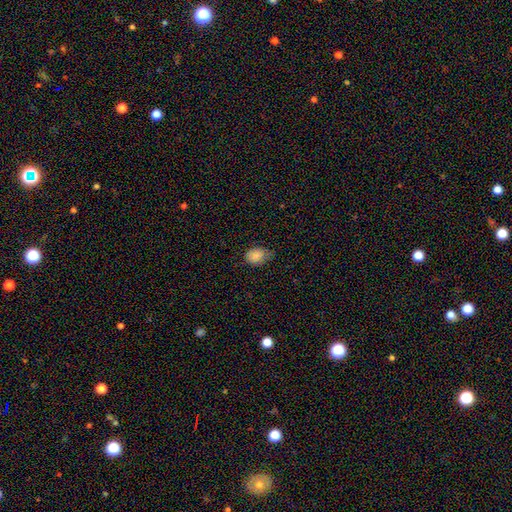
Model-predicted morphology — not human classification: Q: Smooth or featured?
A: smooth (86%); runner-up: star or artifact (8%)
Q: How rounded?
A: in between (69%); runner-up: round (30%)
Q: Merging?
A: none (53%); runner-up: minor disturbance (37%)